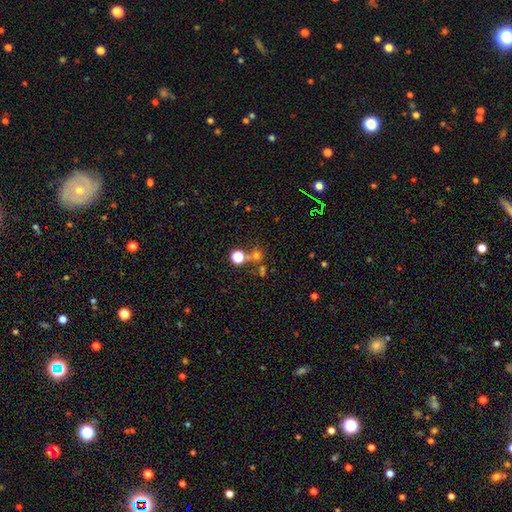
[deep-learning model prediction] A smooth galaxy with no disk features (58%) that is round (89%).

Vote fractions:
- Smooth or featured? smooth: 58% / star or artifact: 31% / featured or disk: 10%
- How rounded? round: 89% / in between: 10% / cigar-shaped: 1%
- Merging? none: 62% / merger: 25% / minor disturbance: 8% / major disturbance: 5%